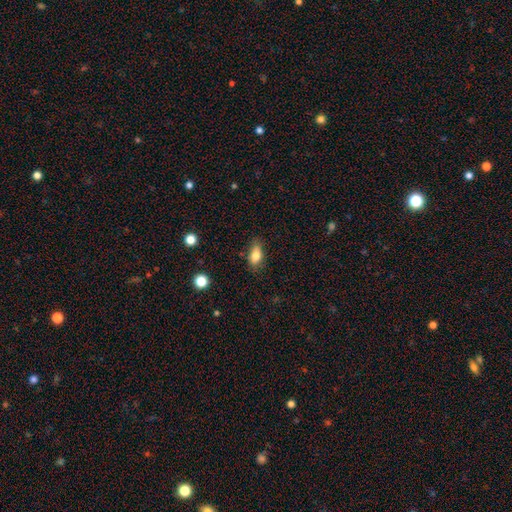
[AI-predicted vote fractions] smooth 79%, featured or disk 12%, star or artifact 9%. Down the decision tree: how rounded — in between (83%); merging — none (72%).